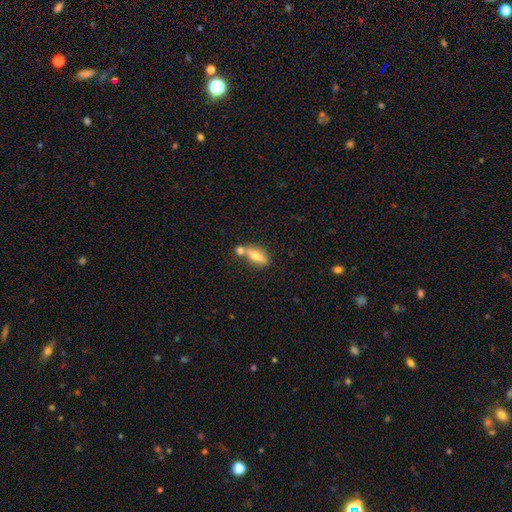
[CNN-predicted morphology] A smooth galaxy with no disk features (57%) that is in between round and cigar-shaped (58%).

Vote fractions:
- Smooth or featured? smooth: 57% / featured or disk: 36% / star or artifact: 7%
- How rounded? in between: 58% / cigar-shaped: 38% / round: 5%
- Merging? none: 50% / merger: 35% / minor disturbance: 11% / major disturbance: 4%